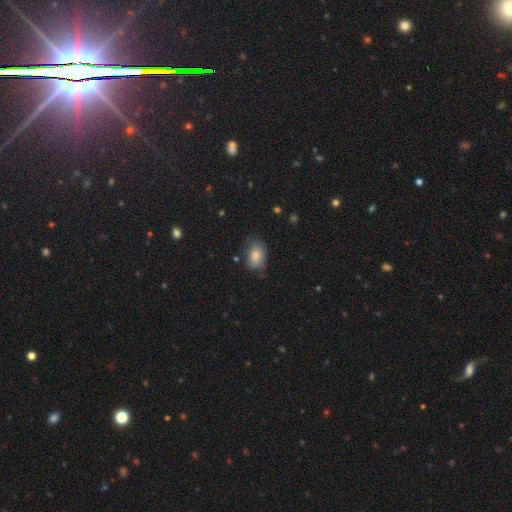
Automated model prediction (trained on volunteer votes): Morphology: type=smooth (81%); roundness=in between (84%); merging=none (67%).